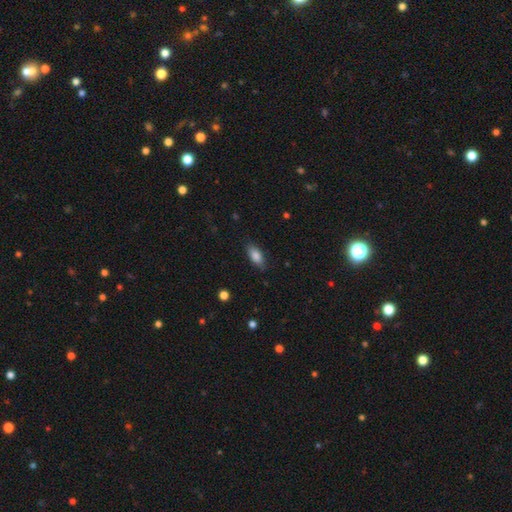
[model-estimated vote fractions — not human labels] Overall: smooth (83%). How rounded: in between (85%). Merging: none (83%).